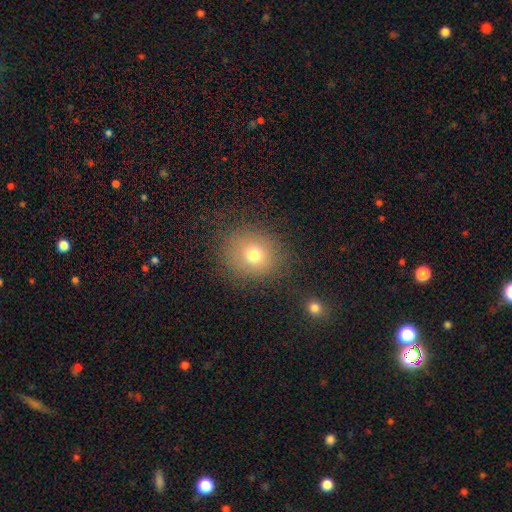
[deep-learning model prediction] Smooth or featured: smooth — 60% (star or artifact — 28%)
How rounded: round — 83% (in between — 16%)
Merging: none — 88% (minor disturbance — 7%)